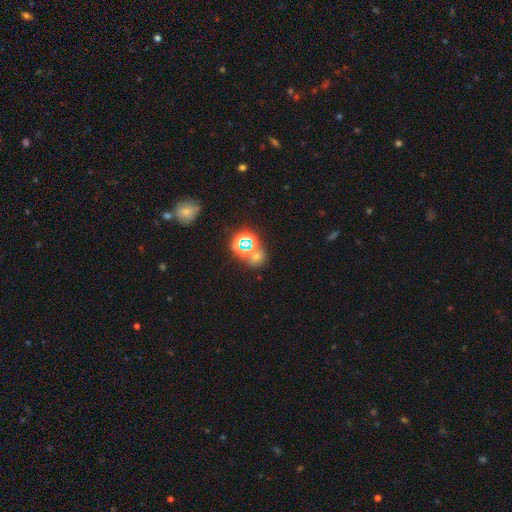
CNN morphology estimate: Smooth or featured: star or artifact — 58% (smooth — 31%)